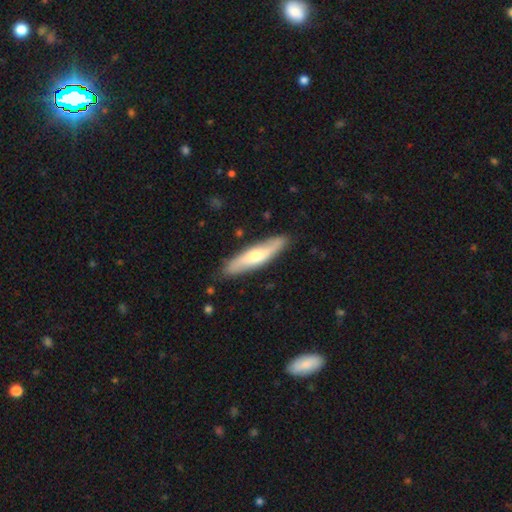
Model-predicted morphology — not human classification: Smooth or featured: featured or disk — 49% (smooth — 46%)
Merging: none — 85% (minor disturbance — 11%)